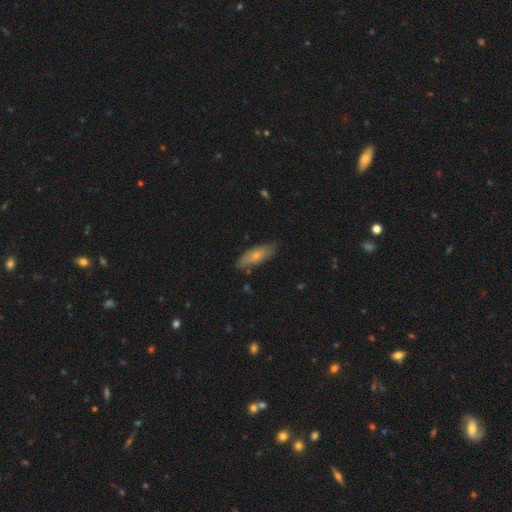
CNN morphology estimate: This is likely a smooth galaxy (68%). How rounded: likely in between (67%). Merging: likely none (76%).